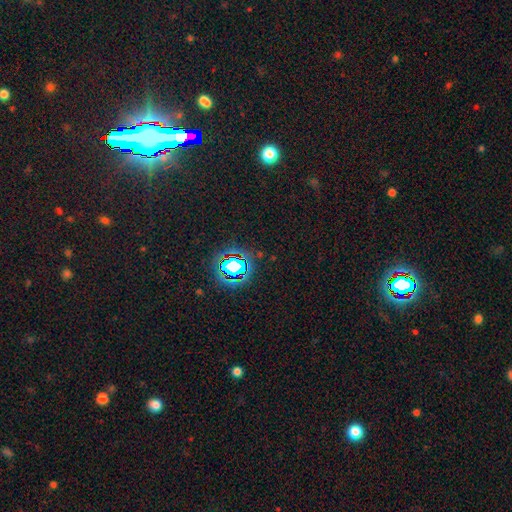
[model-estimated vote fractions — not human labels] This is clearly a star or artifact rather than a galaxy (81%).